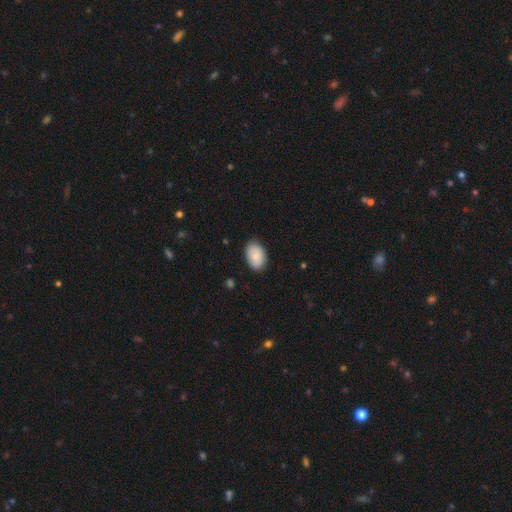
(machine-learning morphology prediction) This appears to be a smooth galaxy with no disk features (86%) that is in between round and cigar-shaped (90%). Merging: none (83%).